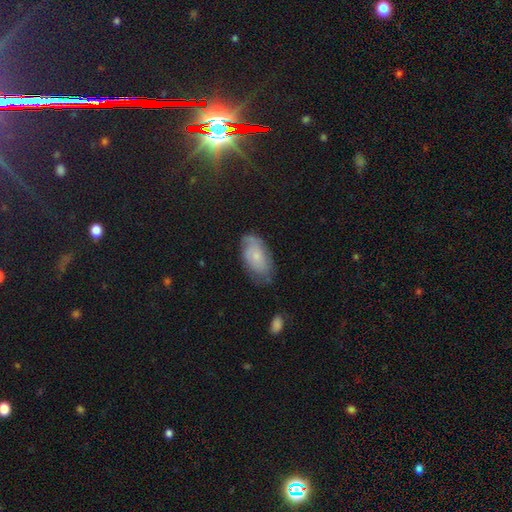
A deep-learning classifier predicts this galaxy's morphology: The model was most divided on "smooth or featured": smooth: 50%, featured or disk: 41%, star or artifact: 9%. More confident: how rounded — in between (93%); merging — none (64%).